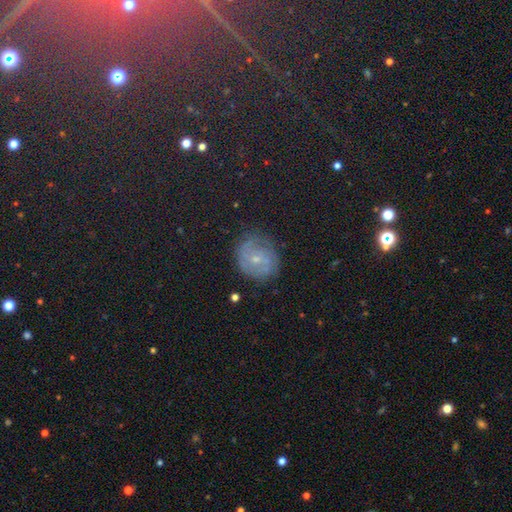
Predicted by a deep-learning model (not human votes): This is marginally a star or artifact rather than a galaxy (39%).